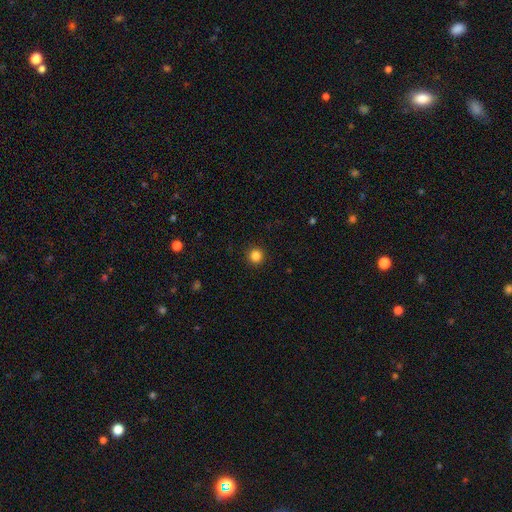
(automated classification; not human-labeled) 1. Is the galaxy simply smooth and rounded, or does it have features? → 85% smooth, 12% star or artifact, 4% featured or disk.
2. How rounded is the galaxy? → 96% round, 3% in between, 1% cigar-shaped.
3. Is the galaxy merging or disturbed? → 93% none, 4% minor disturbance, 2% major disturbance, 1% merger.